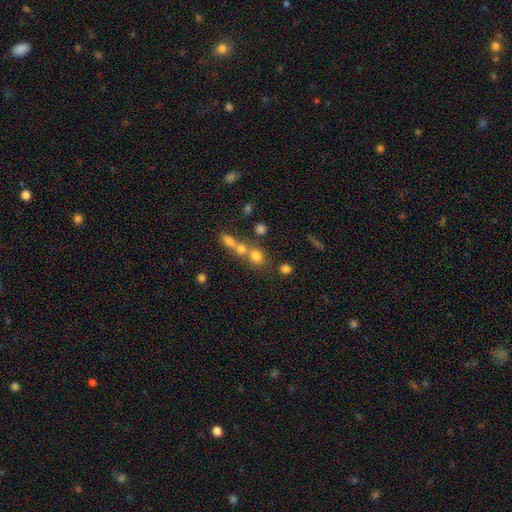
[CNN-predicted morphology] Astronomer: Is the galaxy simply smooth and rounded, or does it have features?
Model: smooth — 72%.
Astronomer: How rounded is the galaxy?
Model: round — 66%.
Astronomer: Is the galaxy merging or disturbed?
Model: merger — 45% (runner-up: none, 42%).